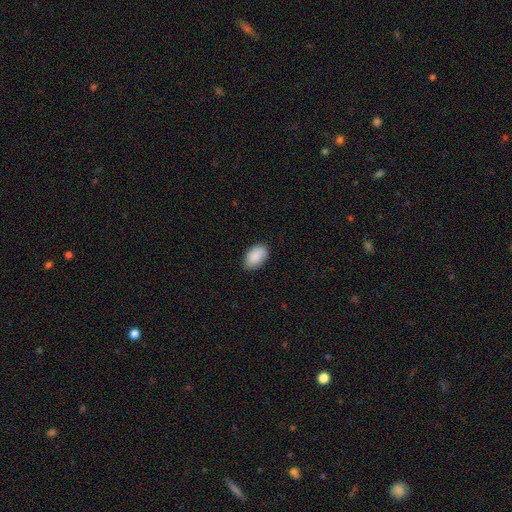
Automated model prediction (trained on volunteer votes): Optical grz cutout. It shows a smooth galaxy with no disk features (89%) that is in between round and cigar-shaped (94%). Merging: none (82%).